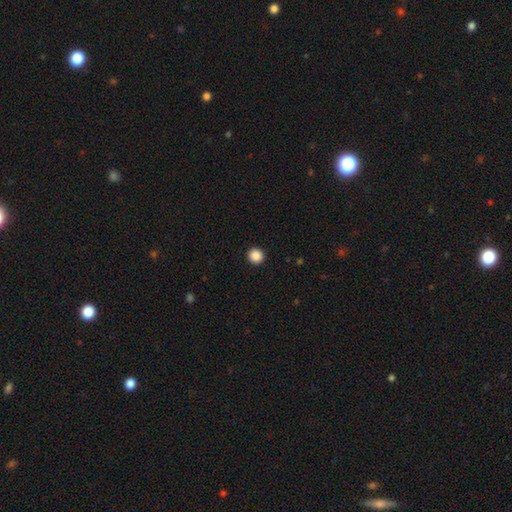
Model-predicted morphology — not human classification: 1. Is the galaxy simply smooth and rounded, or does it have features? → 88% smooth, 9% star or artifact, 2% featured or disk.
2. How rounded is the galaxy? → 92% round, 7% in between, 1% cigar-shaped.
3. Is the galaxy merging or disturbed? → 93% none, 4% minor disturbance, 2% major disturbance, 1% merger.